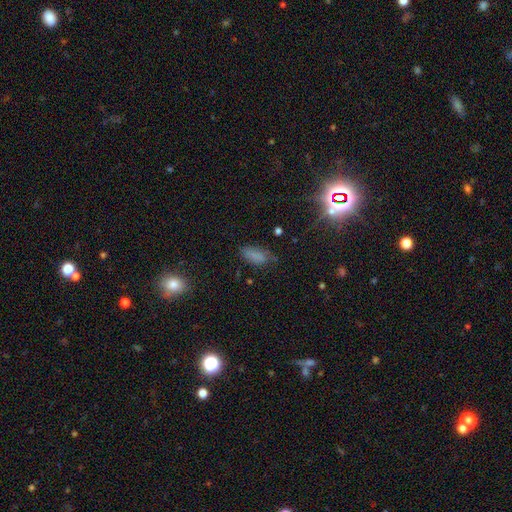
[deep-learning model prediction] smooth_or_featured: smooth (p=0.75) [alt: star or artifact p=0.17]
how_rounded: in between (p=0.86) [alt: cigar-shaped p=0.11]
merging: none (p=0.65) [alt: minor disturbance p=0.25]